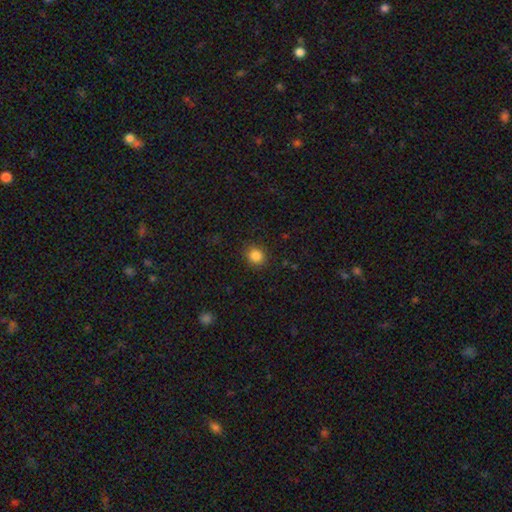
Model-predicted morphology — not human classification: A smooth galaxy with no disk features (85%) that is round (81%).

Vote fractions:
- Smooth or featured? smooth: 85% / star or artifact: 11% / featured or disk: 4%
- How rounded? round: 81% / in between: 19% / cigar-shaped: 1%
- Merging? none: 89% / minor disturbance: 8% / major disturbance: 2% / merger: 1%